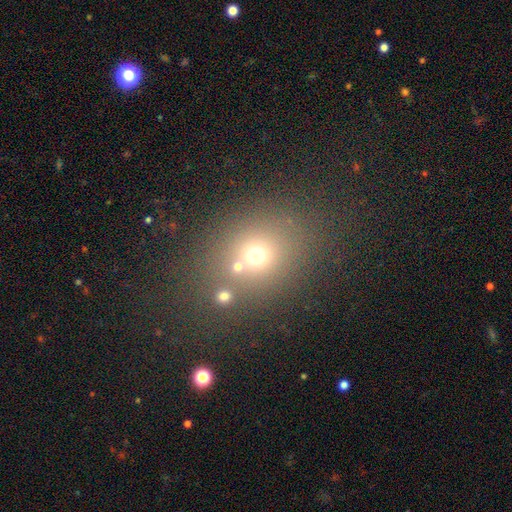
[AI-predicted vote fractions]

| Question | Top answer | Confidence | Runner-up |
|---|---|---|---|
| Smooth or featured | smooth | 64% | star or artifact (23%) |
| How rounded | round | 62% | in between (36%) |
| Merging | none | 65% | merger (17%) |